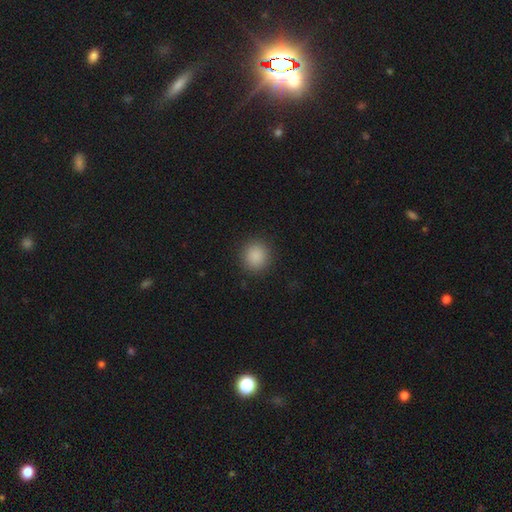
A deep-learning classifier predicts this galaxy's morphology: A smooth galaxy with no disk features (88%) that is round (91%). Merging: none (90%).